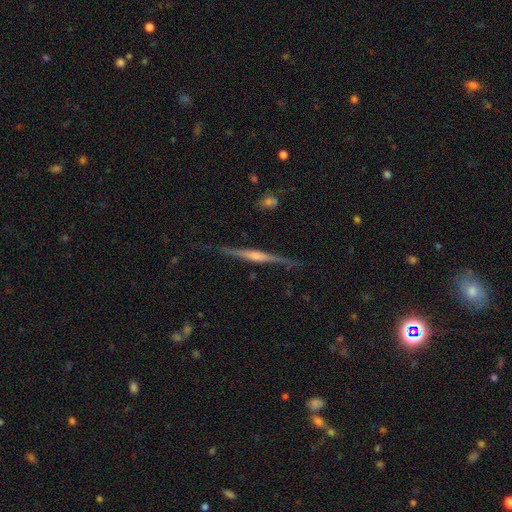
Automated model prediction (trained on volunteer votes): This is clearly a featured or disk galaxy (81%). It is clearly viewed edge-on (97%). Edge-on bulge: likely rounded (64%). Merging: clearly none (82%).